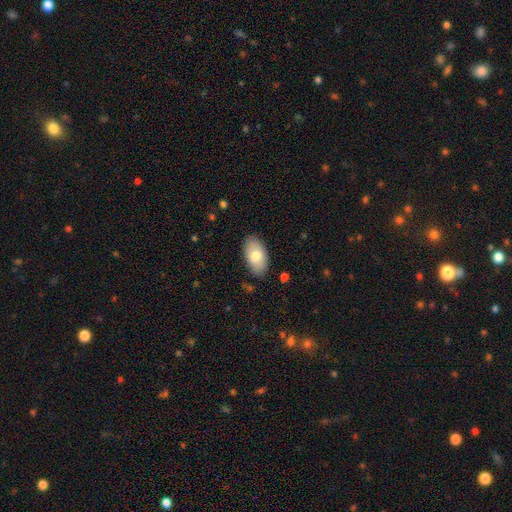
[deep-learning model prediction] Smooth or featured? smooth (75%)
How rounded? in between (95%)
Merging? none (85%)